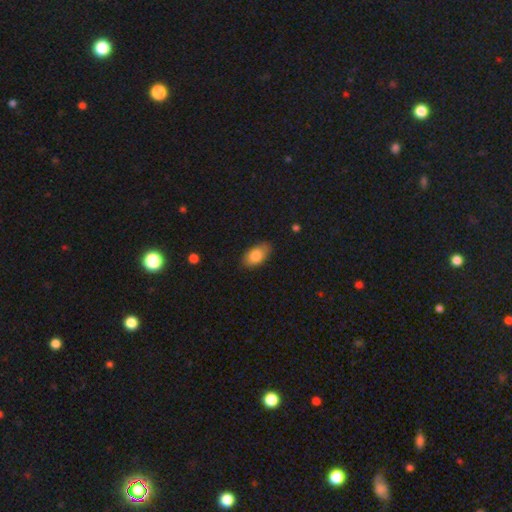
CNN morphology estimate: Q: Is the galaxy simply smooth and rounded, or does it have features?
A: smooth — 82%.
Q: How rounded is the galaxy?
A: in between — 92%.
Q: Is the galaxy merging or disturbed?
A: none — 79%.